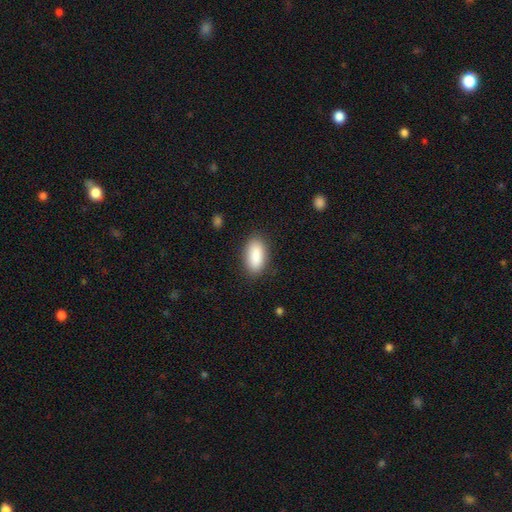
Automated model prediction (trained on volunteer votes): Morphology: type=smooth (89%); roundness=in between (88%); merging=none (85%).